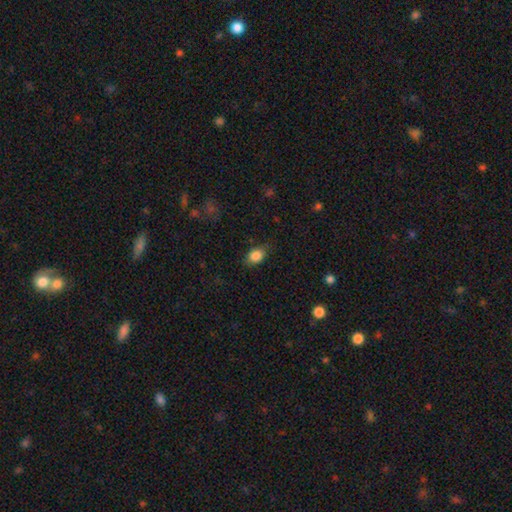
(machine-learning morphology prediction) This is clearly a smooth galaxy (86%). How rounded: likely in between (72%). Merging: likely none (76%).